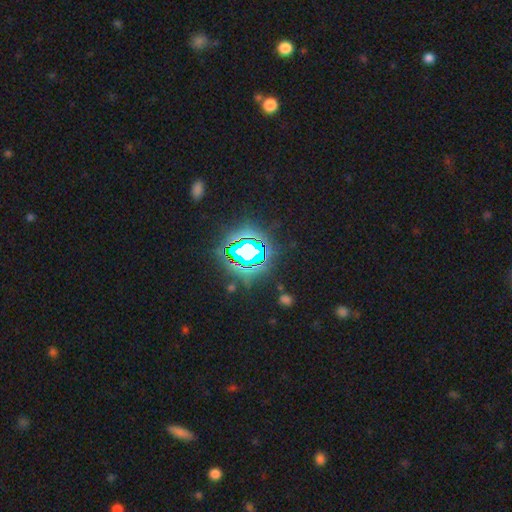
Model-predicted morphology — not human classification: smooth_or_featured: star or artifact (p=0.81) [alt: smooth p=0.12]